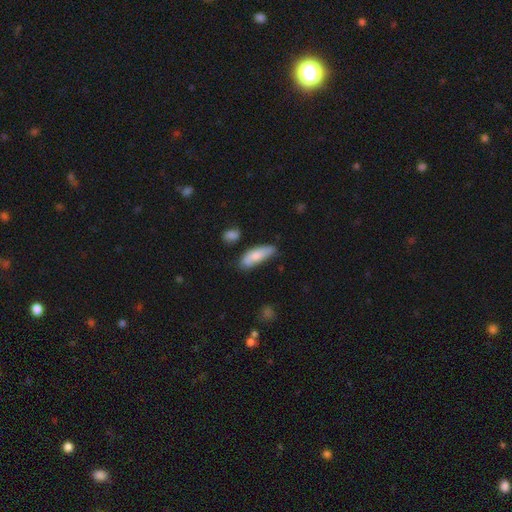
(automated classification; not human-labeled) Smooth or featured? smooth (74%)
How rounded? in between (65%)
Merging? none (50%)